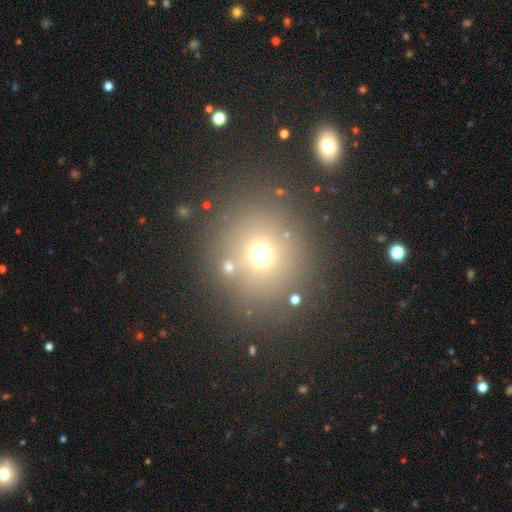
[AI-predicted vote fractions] smooth-or-featured: smooth: 57% | star or artifact: 32% | featured or disk: 11%
  how-rounded: round: 86% | in between: 13% | cigar-shaped: 1%
  merging: none: 82% | minor disturbance: 8% | merger: 6% | major disturbance: 4%